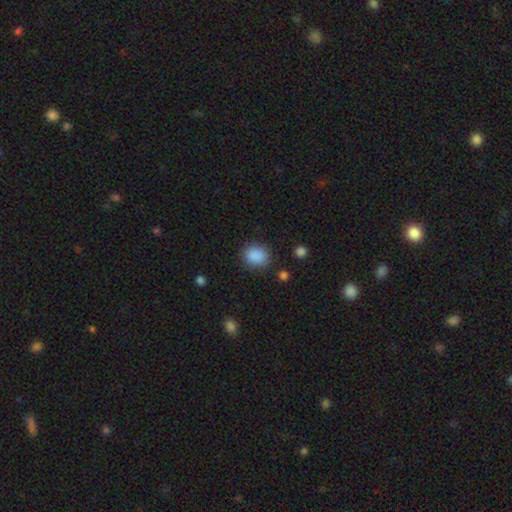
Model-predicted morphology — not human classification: Smooth or featured: smooth — 88% (star or artifact — 9%)
How rounded: round — 65% (in between — 34%)
Merging: none — 85% (minor disturbance — 10%)